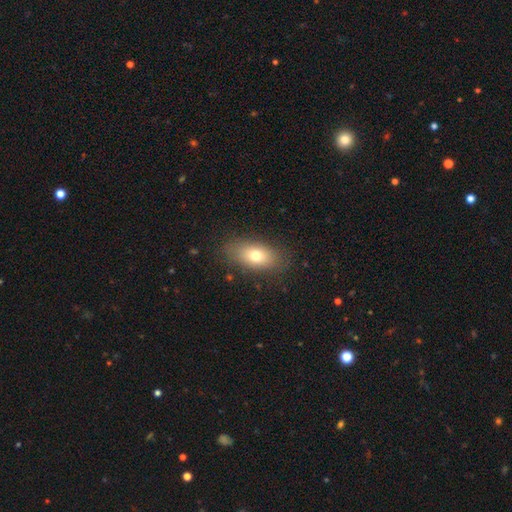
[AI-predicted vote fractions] smooth-or-featured: smooth: 73% | featured or disk: 18% | star or artifact: 10%
  how-rounded: in between: 85% | round: 10% | cigar-shaped: 5%
  merging: none: 82% | minor disturbance: 12% | major disturbance: 4% | merger: 1%